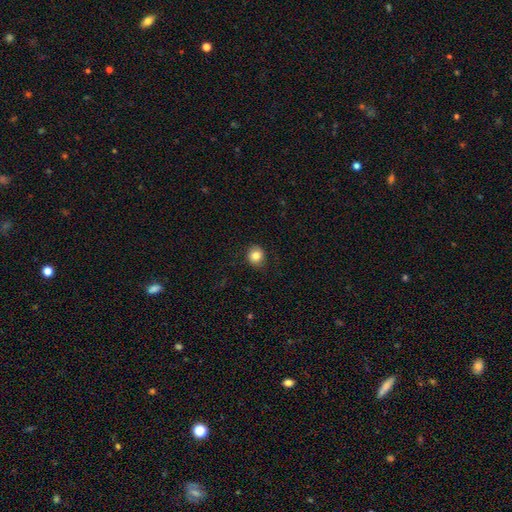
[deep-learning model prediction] smooth_or_featured: smooth (p=0.83) [alt: star or artifact p=0.10]
how_rounded: round (p=0.83) [alt: in between p=0.16]
merging: none (p=0.86) [alt: minor disturbance p=0.10]